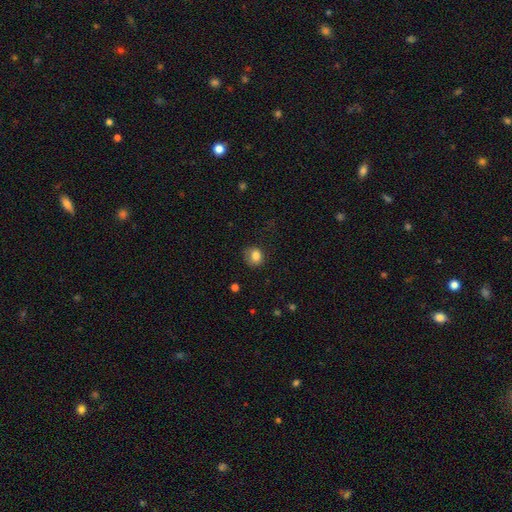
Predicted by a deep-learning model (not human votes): The model was most divided on "how rounded": round: 68%, in between: 31%, cigar-shaped: 1%. More confident: smooth or featured — smooth (83%); merging — none (69%).